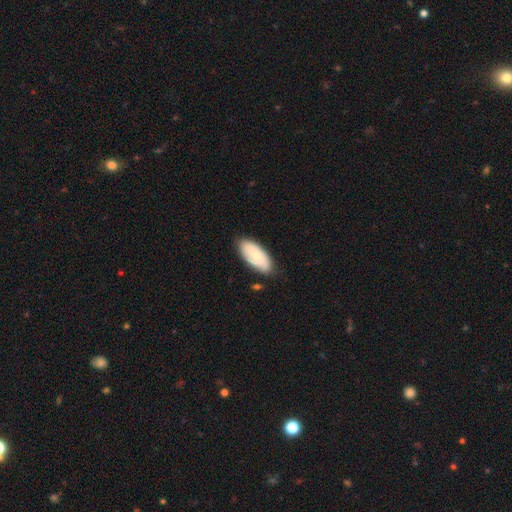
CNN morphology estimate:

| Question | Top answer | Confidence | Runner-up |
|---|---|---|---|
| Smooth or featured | smooth | 65% | featured or disk (30%) |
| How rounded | in between | 91% | cigar-shaped (7%) |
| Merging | none | 79% | minor disturbance (17%) |